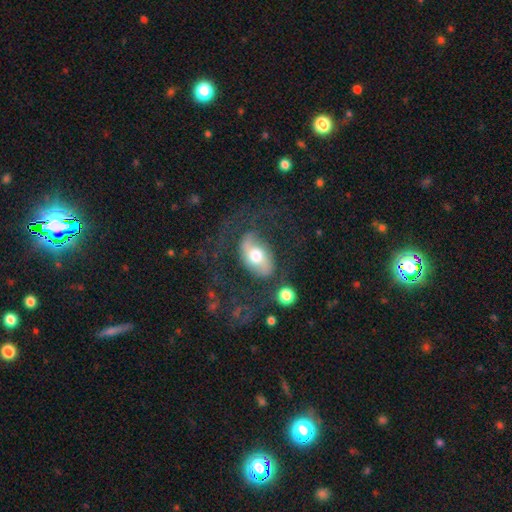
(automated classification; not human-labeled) Q: Smooth or featured?
A: featured or disk (53%); runner-up: smooth (39%)
Q: Edge-on disk?
A: no (92%); runner-up: yes (8%)
Q: Merging?
A: none (55%); runner-up: major disturbance (22%)